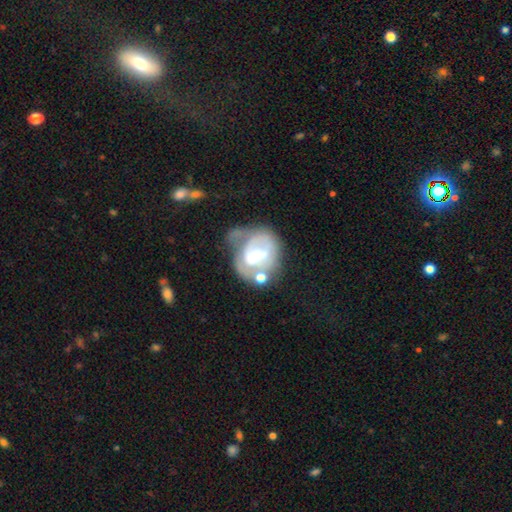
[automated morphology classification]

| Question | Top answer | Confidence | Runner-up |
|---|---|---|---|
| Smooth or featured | featured or disk | 58% | smooth (33%) |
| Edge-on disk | no | 97% | yes (3%) |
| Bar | no | 60% | weak (29%) |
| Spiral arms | no | 58% | yes (42%) |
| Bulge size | moderate | 44% | small (32%) |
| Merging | major disturbance | 31% | none (26%) |